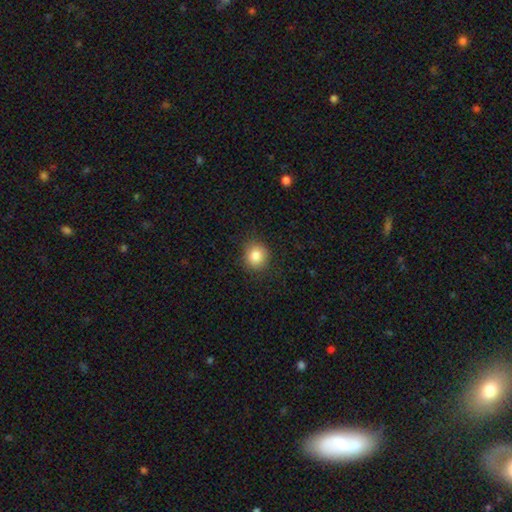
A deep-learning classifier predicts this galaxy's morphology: Q: Smooth or featured?
A: smooth (84%); runner-up: star or artifact (10%)
Q: How rounded?
A: round (84%); runner-up: in between (15%)
Q: Merging?
A: none (87%); runner-up: minor disturbance (9%)